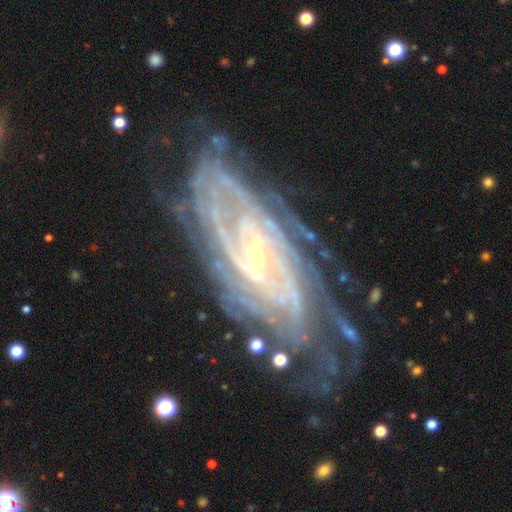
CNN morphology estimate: Smooth or featured: featured or disk — 90% (star or artifact — 6%)
Edge-on disk: no — 92% (yes — 8%)
Bar: weak — 38% (no — 34%)
Spiral arms: yes — 97% (no — 3%)
Spiral winding: tight — 73% (medium — 22%)
Spiral arm count: can't tell — 32% (4 — 17%)
Bulge size: small — 79% (moderate — 15%)
Merging: none — 68% (minor disturbance — 20%)